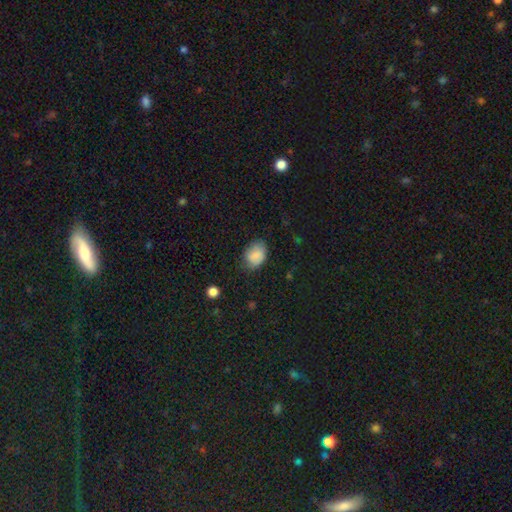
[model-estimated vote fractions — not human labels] Morphology: type=smooth (84%); roundness=in between (71%); merging=none (68%).